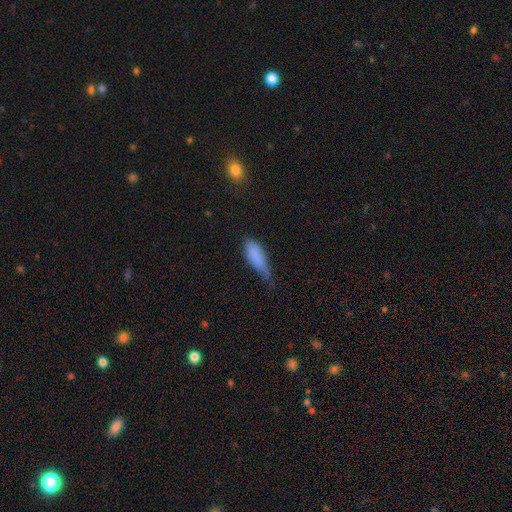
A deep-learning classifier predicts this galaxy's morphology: Smooth or featured? Predicted: smooth (p=0.83). How rounded? Predicted: in between (p=0.68). Merging? Predicted: minor disturbance (p=0.52).